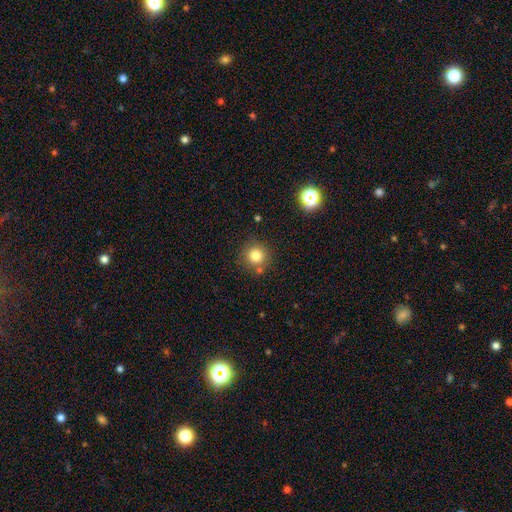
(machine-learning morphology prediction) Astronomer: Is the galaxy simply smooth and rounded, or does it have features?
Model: smooth — 80%.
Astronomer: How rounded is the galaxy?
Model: round — 94%.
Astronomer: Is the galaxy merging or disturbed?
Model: none — 80%.